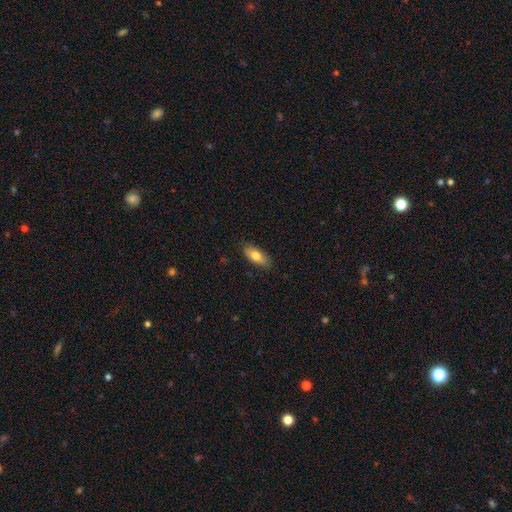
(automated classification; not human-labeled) This appears to be a smooth galaxy with no disk features (76%) that is in between round and cigar-shaped (82%). Merging: none (85%).